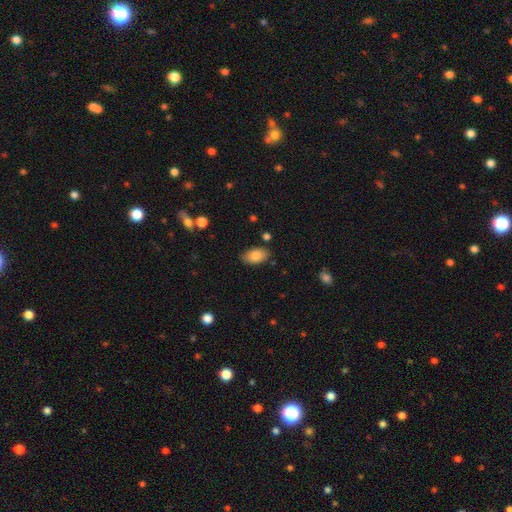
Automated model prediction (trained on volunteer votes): A smooth galaxy with no disk features (85%) that is in between round and cigar-shaped (94%).

Vote fractions:
- Smooth or featured? smooth: 85% / featured or disk: 7% / star or artifact: 7%
- How rounded? in between: 94% / round: 5% / cigar-shaped: 2%
- Merging? none: 83% / minor disturbance: 12% / major disturbance: 3% / merger: 2%